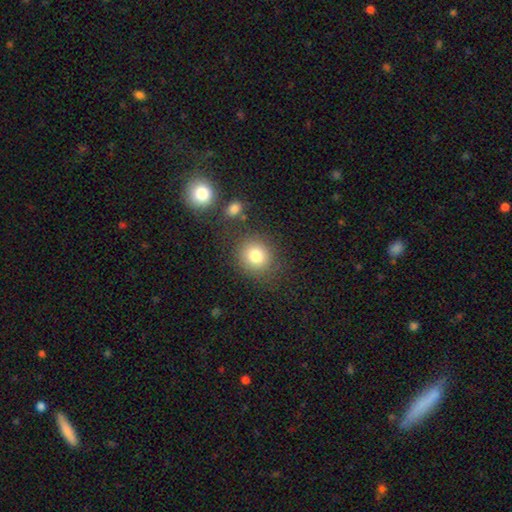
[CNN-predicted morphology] type=smooth (81%); roundness=round (85%); merging=none (81%).